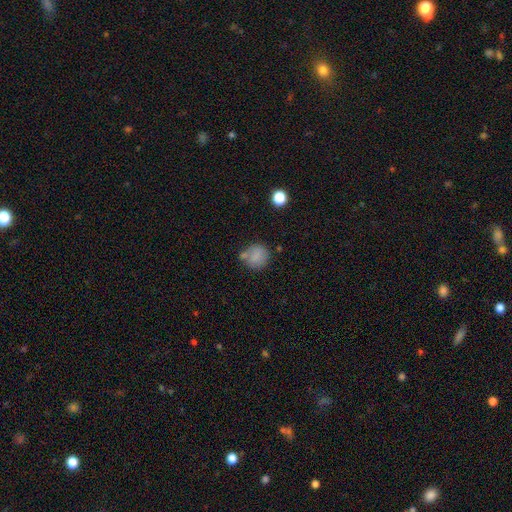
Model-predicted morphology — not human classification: A smooth galaxy with no disk features (78%) that is round (81%).

Vote fractions:
- Smooth or featured? smooth: 78% / featured or disk: 11% / star or artifact: 11%
- How rounded? round: 81% / in between: 18% / cigar-shaped: 1%
- Merging? none: 56% / minor disturbance: 20% / merger: 17% / major disturbance: 7%